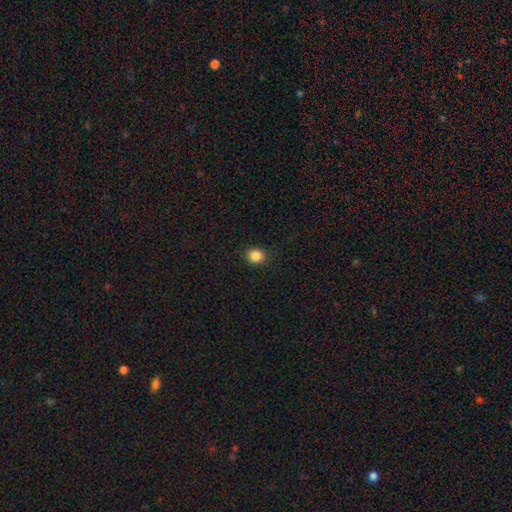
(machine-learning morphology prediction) Smooth or featured? smooth (86%)
How rounded? round (79%)
Merging? none (90%)